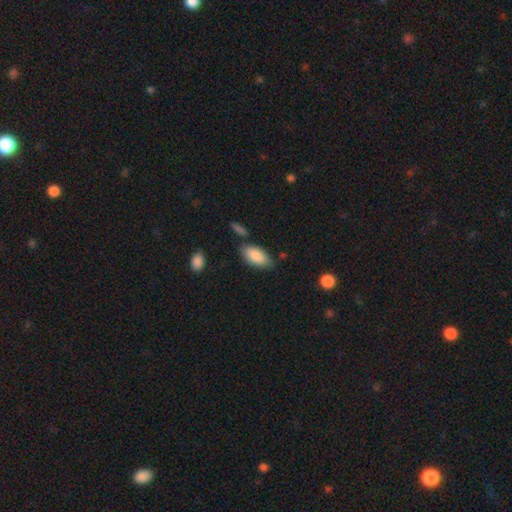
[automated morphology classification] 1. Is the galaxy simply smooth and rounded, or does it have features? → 86% smooth, 8% featured or disk, 6% star or artifact.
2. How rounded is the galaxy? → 91% in between, 7% cigar-shaped, 2% round.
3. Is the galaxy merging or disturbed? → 71% none, 17% minor disturbance, 8% merger, 4% major disturbance.